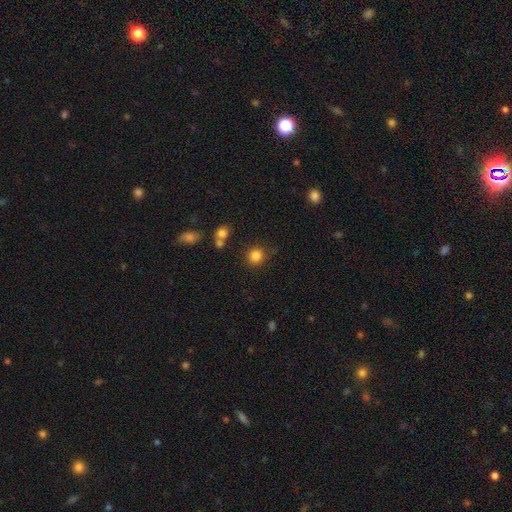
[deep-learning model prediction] Overall: smooth (84%). How rounded: round (92%). Merging: none (83%).